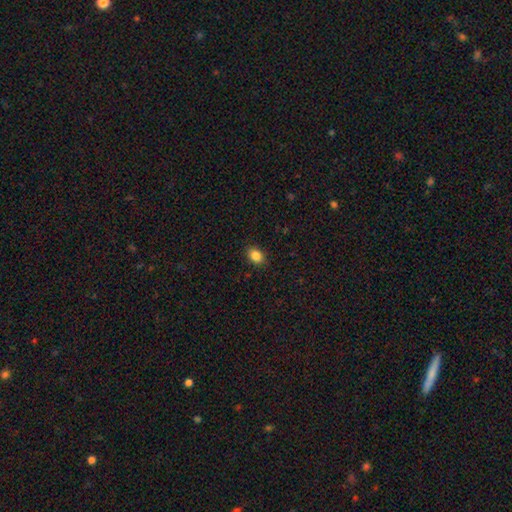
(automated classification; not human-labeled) A smooth galaxy with no disk features (86%) that is in between round and cigar-shaped (70%). Merging: none (90%).